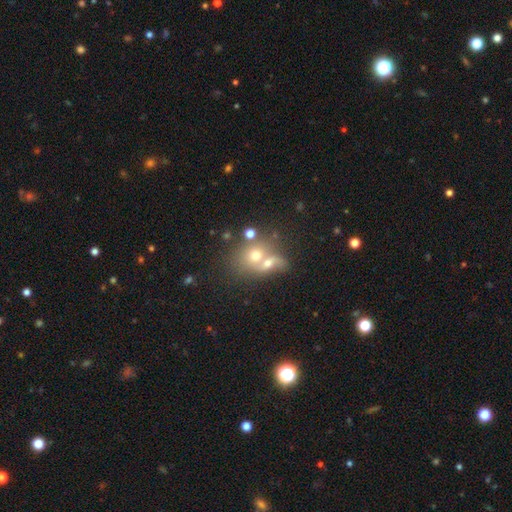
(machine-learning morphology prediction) A smooth galaxy with no disk features (61%) that is round (62%).

Vote fractions:
- Smooth or featured? smooth: 61% / featured or disk: 26% / star or artifact: 14%
- How rounded? round: 62% / in between: 36% / cigar-shaped: 1%
- Merging? merger: 65% / none: 23% / minor disturbance: 7% / major disturbance: 6%